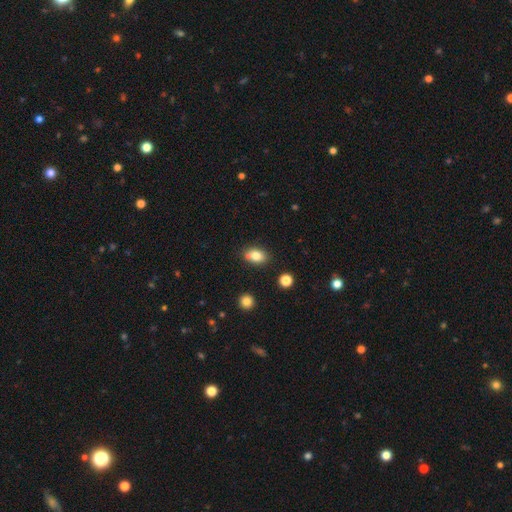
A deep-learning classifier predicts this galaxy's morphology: The model was most divided on "merging": none: 72%, minor disturbance: 15%, merger: 10%, major disturbance: 3%. More confident: smooth or featured — smooth (80%); how rounded — in between (80%).